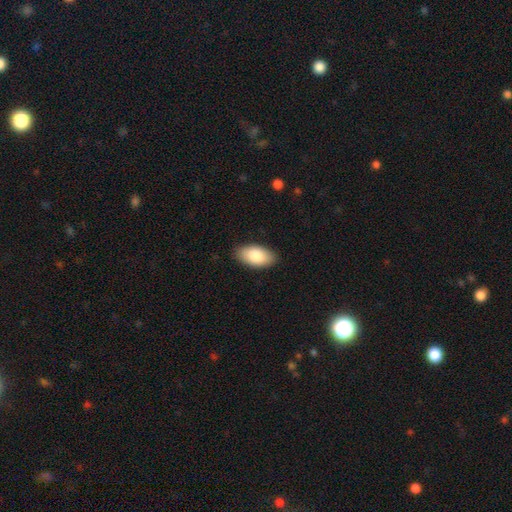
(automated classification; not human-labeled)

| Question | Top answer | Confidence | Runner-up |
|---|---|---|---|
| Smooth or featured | smooth | 86% | featured or disk (9%) |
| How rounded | in between | 95% | round (3%) |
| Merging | none | 87% | minor disturbance (10%) |